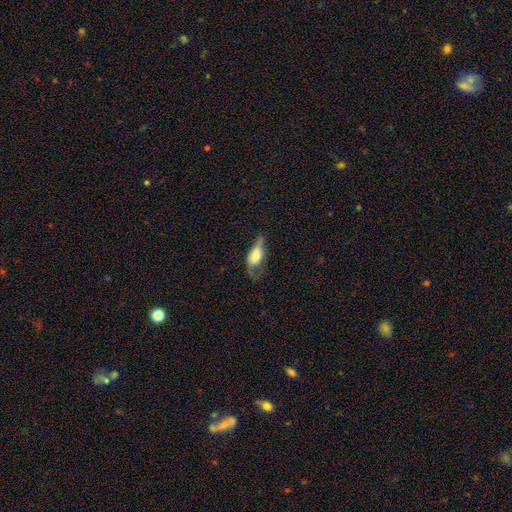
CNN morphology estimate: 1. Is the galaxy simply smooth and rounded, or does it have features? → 65% smooth, 28% featured or disk, 8% star or artifact.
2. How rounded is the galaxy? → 82% in between, 13% cigar-shaped, 5% round.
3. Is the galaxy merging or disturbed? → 37% major disturbance, 34% minor disturbance, 26% none, 4% merger.